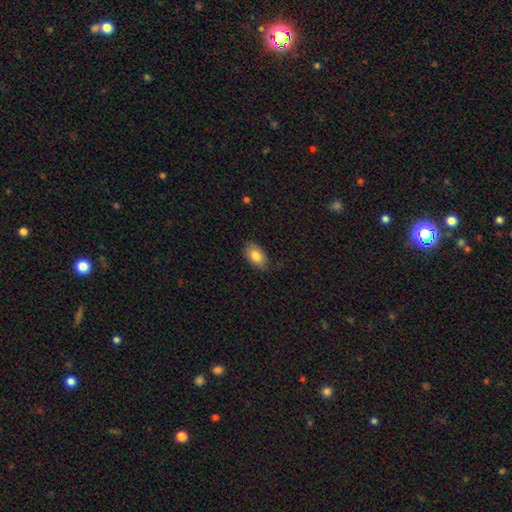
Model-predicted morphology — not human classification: This appears to be a smooth galaxy with no disk features (82%) that is in between round and cigar-shaped (91%). Merging: none (76%).